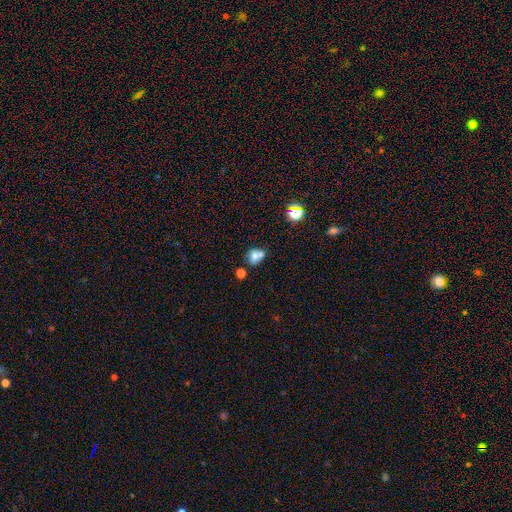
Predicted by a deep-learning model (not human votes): smooth 64%, featured or disk 22%, star or artifact 15%. Down the decision tree: how rounded — round (59%); merging — merger (46%).